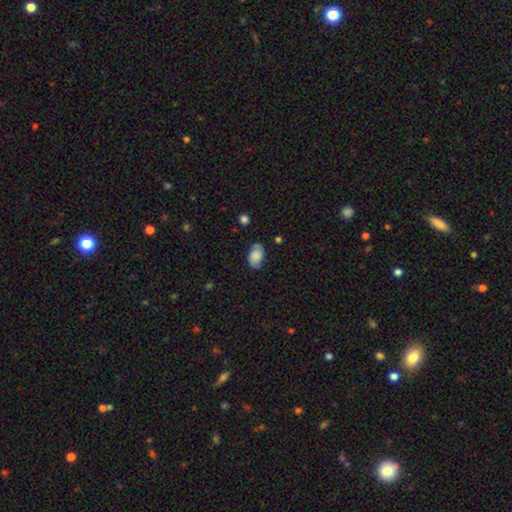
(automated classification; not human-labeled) smooth_or_featured: smooth (p=0.65) [alt: featured or disk p=0.27]
how_rounded: in between (p=0.90) [alt: round p=0.09]
merging: none (p=0.72) [alt: minor disturbance p=0.21]